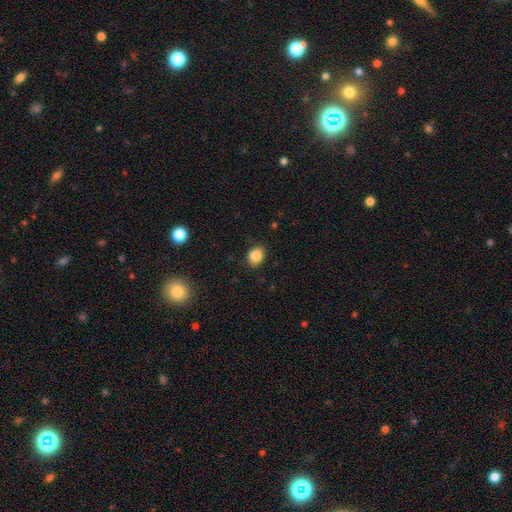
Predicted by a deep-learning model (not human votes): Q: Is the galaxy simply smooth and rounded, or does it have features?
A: smooth — 86%.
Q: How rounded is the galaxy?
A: in between — 61%.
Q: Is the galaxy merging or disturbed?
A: none — 76%.